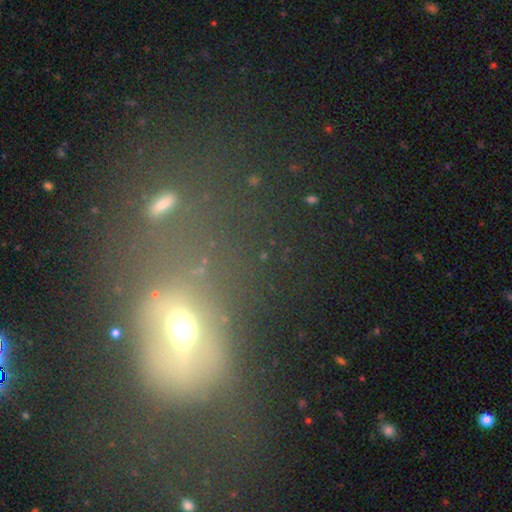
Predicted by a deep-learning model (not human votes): Q: Smooth or featured?
A: smooth (41%); runner-up: star or artifact (30%)
Q: Merging?
A: none (33%); tied with: major disturbance (33%)